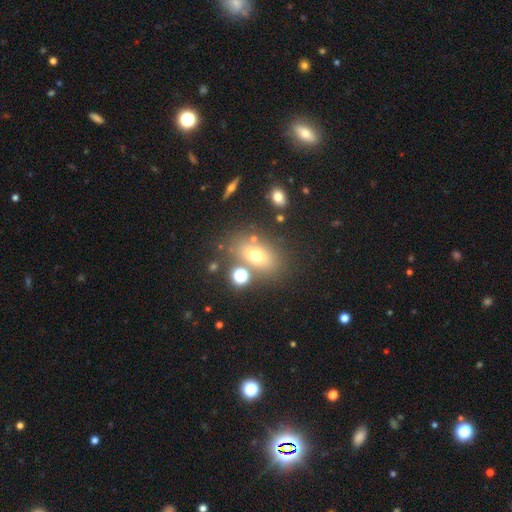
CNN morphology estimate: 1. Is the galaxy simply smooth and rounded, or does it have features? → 64% smooth, 19% featured or disk, 17% star or artifact.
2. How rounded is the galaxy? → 70% in between, 27% round, 3% cigar-shaped.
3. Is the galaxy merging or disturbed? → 70% none, 12% merger, 12% minor disturbance, 6% major disturbance.